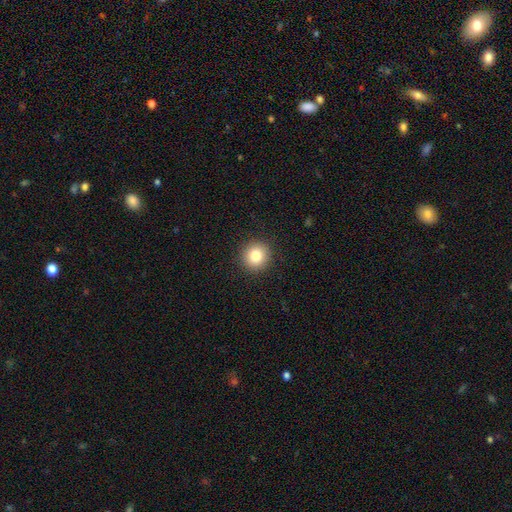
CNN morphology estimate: Q: Smooth or featured?
A: smooth (83%); runner-up: star or artifact (10%)
Q: How rounded?
A: round (91%); runner-up: in between (8%)
Q: Merging?
A: none (92%); runner-up: minor disturbance (5%)